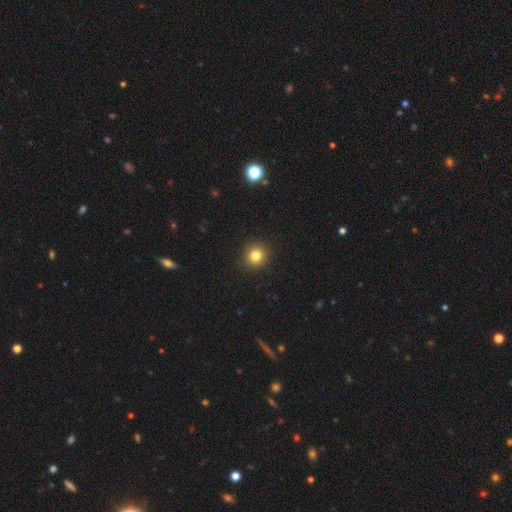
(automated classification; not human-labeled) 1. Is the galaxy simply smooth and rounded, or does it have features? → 82% smooth, 12% star or artifact, 6% featured or disk.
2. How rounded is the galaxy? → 90% round, 9% in between, 1% cigar-shaped.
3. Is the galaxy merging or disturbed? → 92% none, 5% minor disturbance, 2% major disturbance, 1% merger.